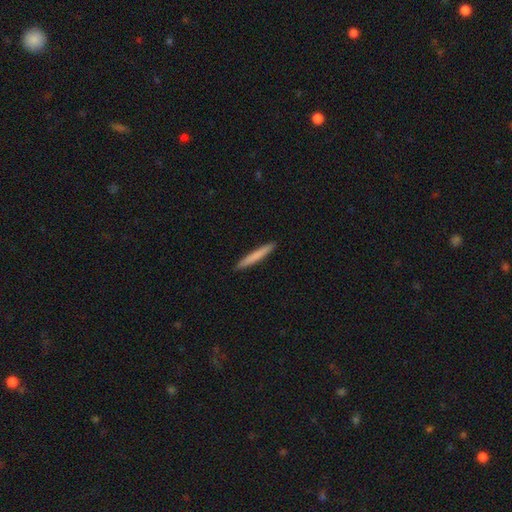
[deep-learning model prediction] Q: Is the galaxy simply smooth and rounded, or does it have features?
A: smooth — 77%.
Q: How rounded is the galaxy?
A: cigar-shaped — 96%.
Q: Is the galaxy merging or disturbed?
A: none — 93%.